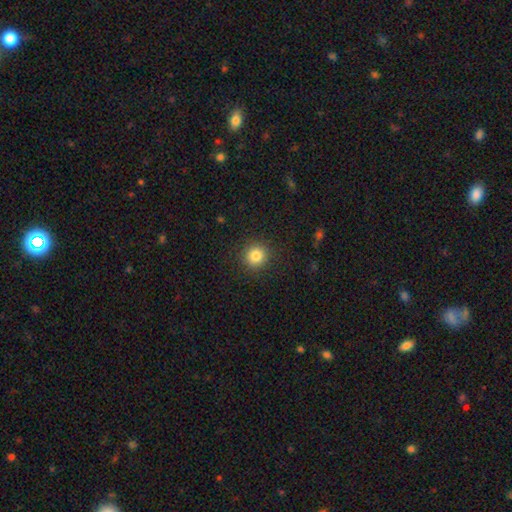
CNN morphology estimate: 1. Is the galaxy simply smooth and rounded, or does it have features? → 83% smooth, 12% star or artifact, 6% featured or disk.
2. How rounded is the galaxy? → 93% round, 6% in between, 1% cigar-shaped.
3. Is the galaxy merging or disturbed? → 91% none, 6% minor disturbance, 2% major disturbance, 1% merger.